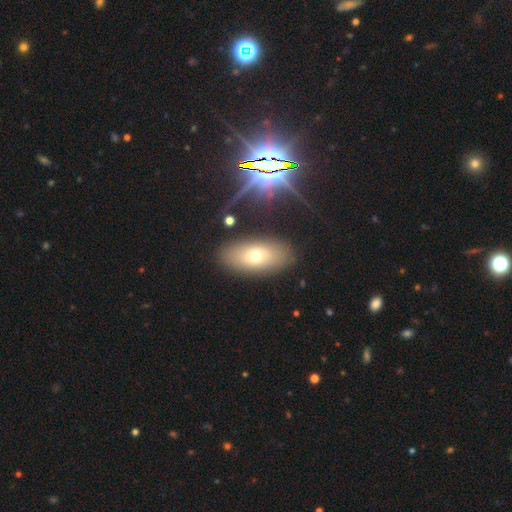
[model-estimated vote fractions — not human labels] smooth_or_featured: smooth (p=0.63) [alt: featured or disk p=0.24]
how_rounded: in between (p=0.88) [alt: cigar-shaped p=0.06]
merging: none (p=0.85) [alt: minor disturbance p=0.10]